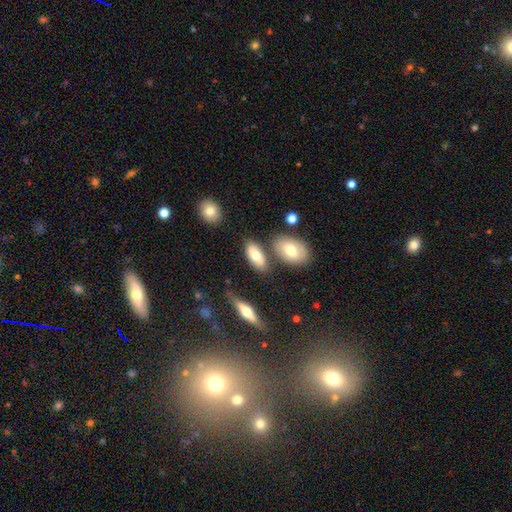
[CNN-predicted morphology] A smooth galaxy with no disk features (72%) that is in between round and cigar-shaped (89%).

Vote fractions:
- Smooth or featured? smooth: 72% / featured or disk: 20% / star or artifact: 8%
- How rounded? in between: 89% / cigar-shaped: 6% / round: 4%
- Merging? none: 72% / minor disturbance: 13% / merger: 11% / major disturbance: 4%